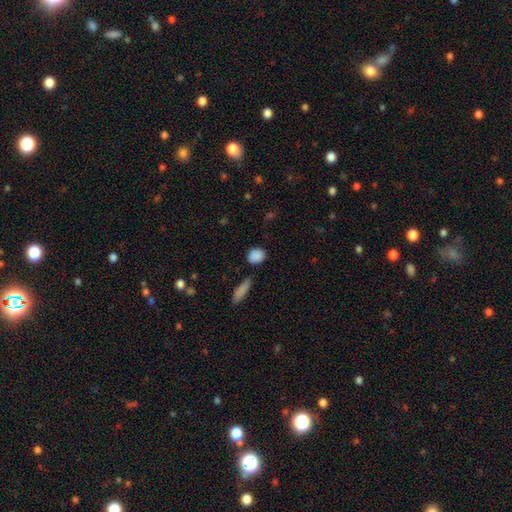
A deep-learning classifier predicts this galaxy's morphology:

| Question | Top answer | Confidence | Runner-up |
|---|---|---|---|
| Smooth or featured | smooth | 88% | star or artifact (8%) |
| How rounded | round | 71% | in between (26%) |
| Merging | none | 80% | minor disturbance (12%) |